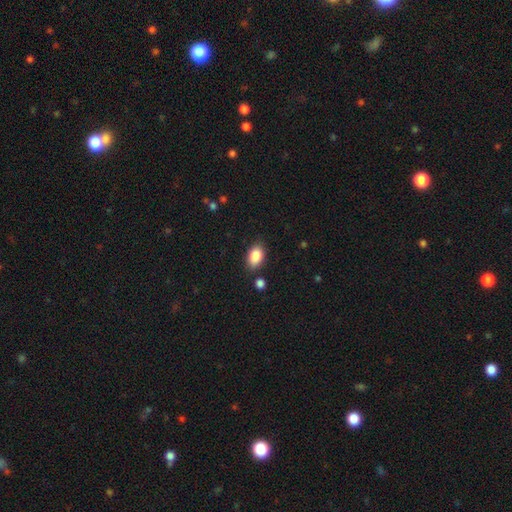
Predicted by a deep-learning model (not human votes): Smooth or featured? Predicted: smooth (p=0.86). How rounded? Predicted: in between (p=0.89). Merging? Predicted: none (p=0.82).